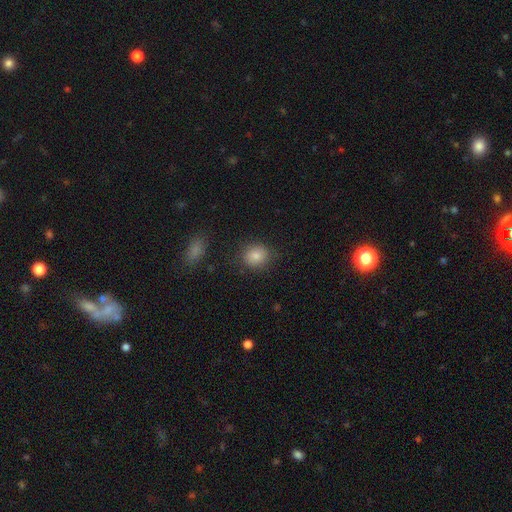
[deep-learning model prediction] Q: Smooth or featured?
A: smooth (86%); runner-up: star or artifact (9%)
Q: How rounded?
A: round (72%); runner-up: in between (27%)
Q: Merging?
A: none (82%); runner-up: minor disturbance (12%)